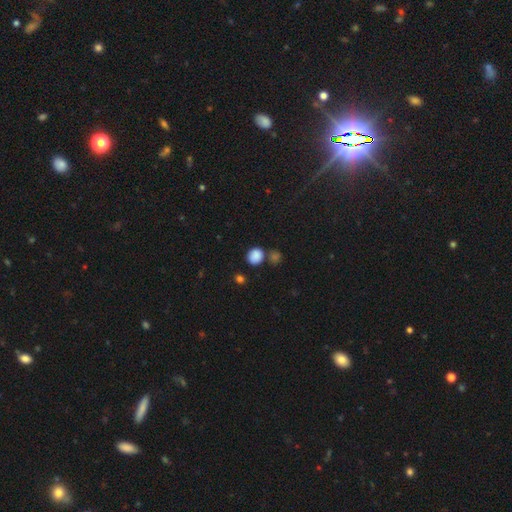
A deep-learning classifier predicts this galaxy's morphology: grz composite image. It shows a smooth galaxy with no disk features (86%) that is round (77%). Merging: none (70%).